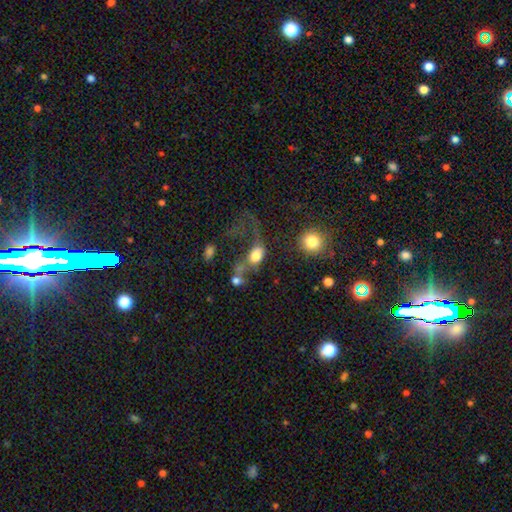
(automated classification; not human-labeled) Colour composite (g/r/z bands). It shows a smooth galaxy with no disk features (68%) that is in between round and cigar-shaped (70%). Merging: major disturbance (42%).